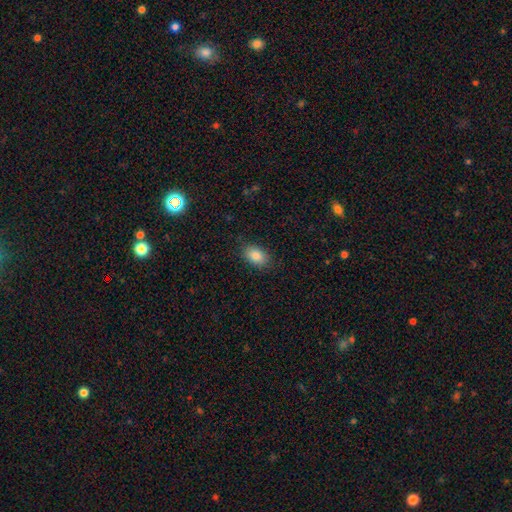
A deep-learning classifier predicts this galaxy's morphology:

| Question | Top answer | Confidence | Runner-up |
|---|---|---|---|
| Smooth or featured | smooth | 86% | star or artifact (8%) |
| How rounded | in between | 87% | round (11%) |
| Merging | none | 84% | minor disturbance (12%) |